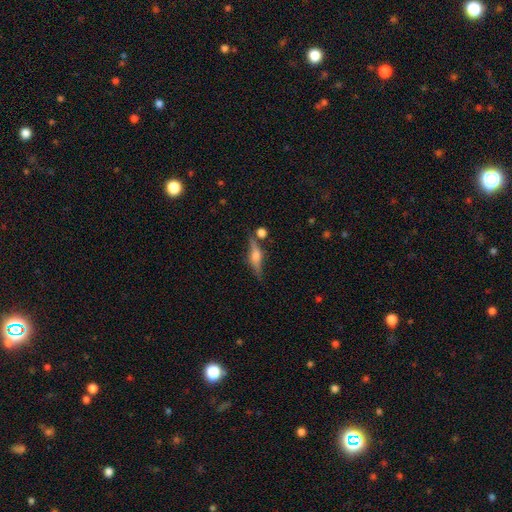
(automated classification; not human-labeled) Overall: featured or disk (70%). Edge-on disk: yes (95%). Edge-on bulge: rounded (91%). Merging: none (75%).